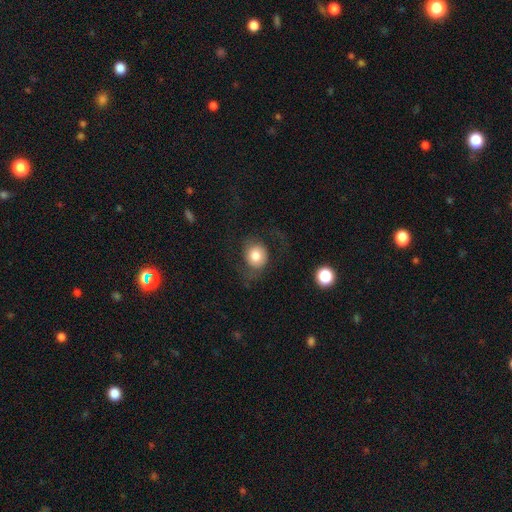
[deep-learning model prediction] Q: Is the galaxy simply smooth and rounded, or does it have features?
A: smooth — 72%.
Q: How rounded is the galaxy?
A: round — 75%.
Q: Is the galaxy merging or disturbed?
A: none — 56%.